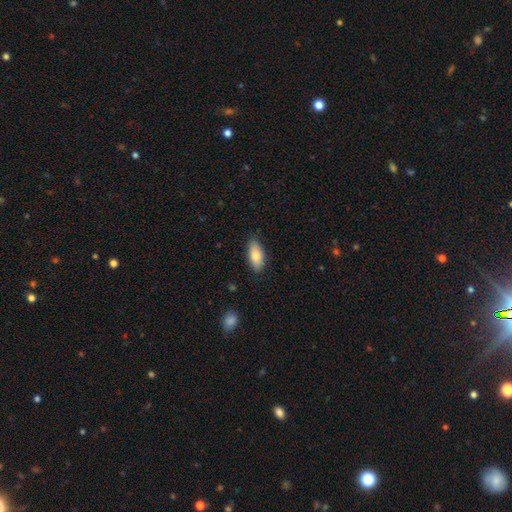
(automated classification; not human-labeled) Overall: smooth (81%). How rounded: in between (86%). Merging: none (85%).